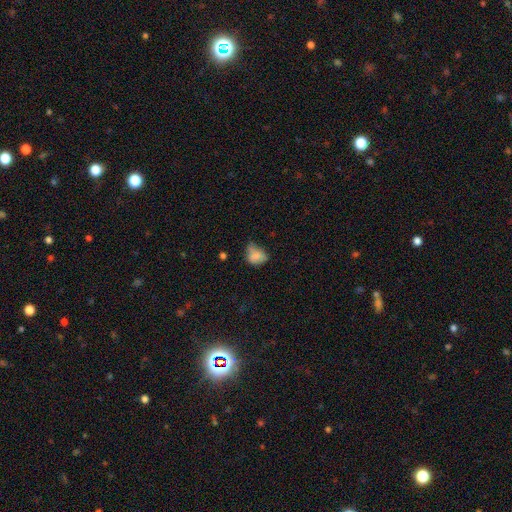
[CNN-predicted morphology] smooth_or_featured: smooth (p=0.75) [alt: featured or disk p=0.14]
how_rounded: in between (p=0.62) [alt: round p=0.37]
merging: minor disturbance (p=0.41) [alt: none p=0.34]